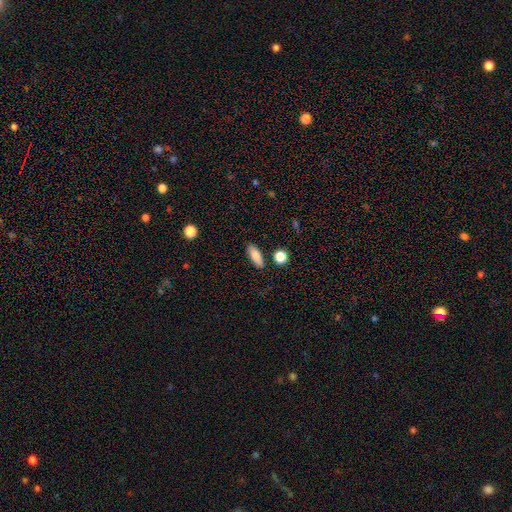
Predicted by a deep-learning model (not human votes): Smooth or featured: smooth — 80% (featured or disk — 12%)
How rounded: in between — 70% (cigar-shaped — 26%)
Merging: none — 85% (minor disturbance — 9%)